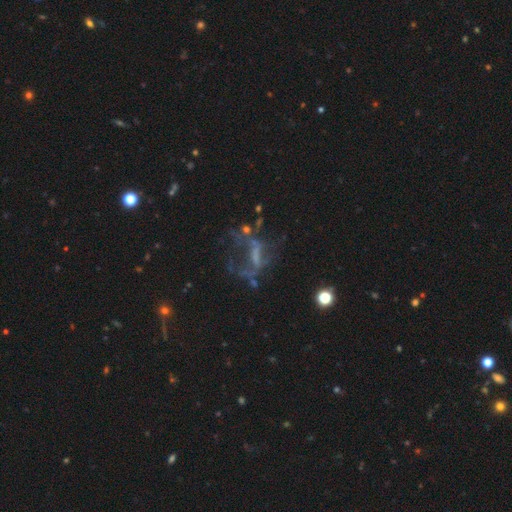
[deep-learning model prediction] Smooth or featured?
  - featured or disk: 57% *
  - star or artifact: 26%
  - smooth: 17%
Edge-on disk?
  - no: 92% *
  - yes: 8%
Bar?
  - no: 55% *
  - weak: 26%
  - strong: 19%
Spiral arms?
  - no: 71% *
  - yes: 29%
Bulge size?
  - none: 60% *
  - small: 22%
  - moderate: 14%
  - large: 3%
  - dominant: 1%
Merging?
  - major disturbance: 40% *
  - none: 36%
  - minor disturbance: 14%
  - merger: 9%